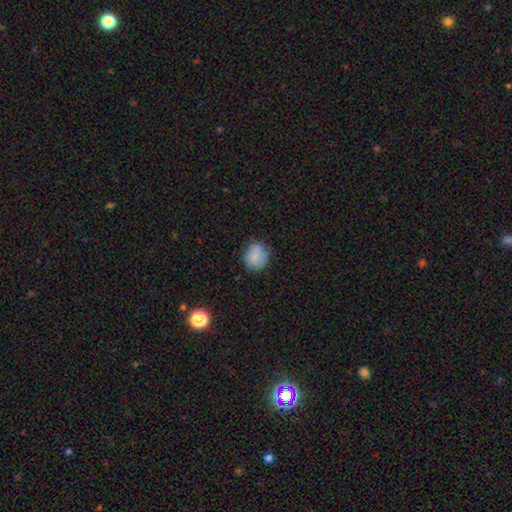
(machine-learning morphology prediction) A smooth galaxy with no disk features (75%) that is round (75%). Merging: none (76%).